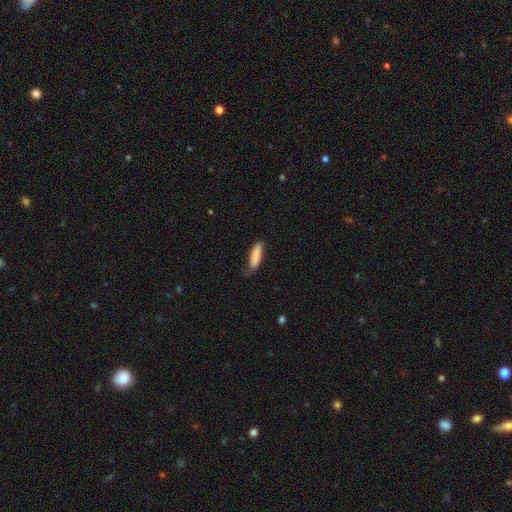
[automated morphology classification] smooth-or-featured: smooth: 86% | featured or disk: 8% | star or artifact: 6%
  how-rounded: cigar-shaped: 60% | in between: 38% | round: 2%
  merging: none: 61% | minor disturbance: 30% | major disturbance: 7% | merger: 2%